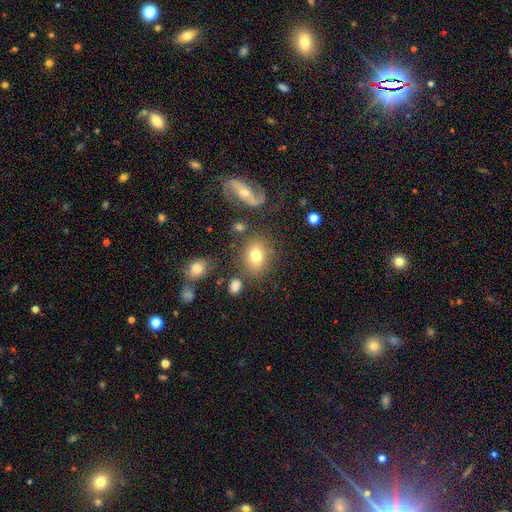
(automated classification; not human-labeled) Smooth or featured: smooth — 72% (featured or disk — 17%)
How rounded: in between — 57% (round — 42%)
Merging: none — 73% (minor disturbance — 13%)